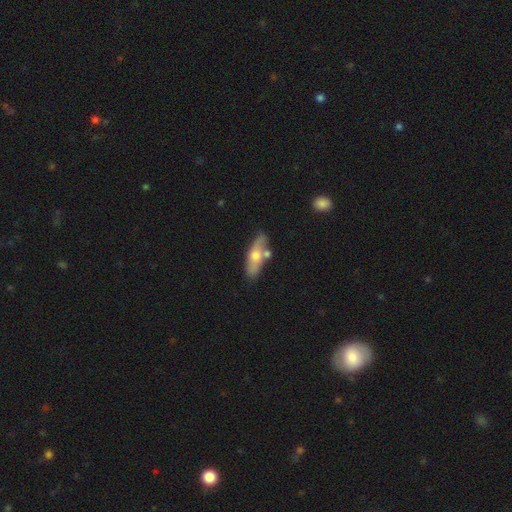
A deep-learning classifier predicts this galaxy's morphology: Smooth or featured? smooth (52%)
How rounded? in between (62%)
Merging? none (67%)